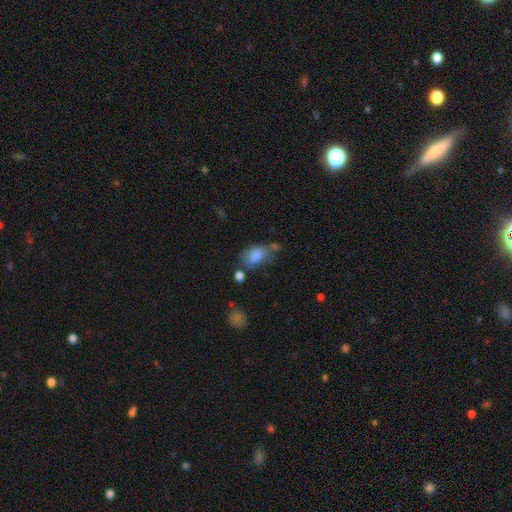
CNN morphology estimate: smooth 79%, featured or disk 13%, star or artifact 8%. Down the decision tree: how rounded — in between (86%); merging — none (47%).